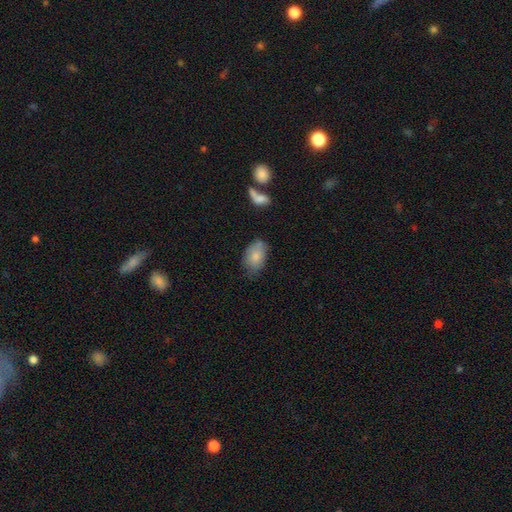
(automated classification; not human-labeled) smooth-or-featured: smooth: 80% | featured or disk: 13% | star or artifact: 7%
  how-rounded: in between: 90% | round: 9% | cigar-shaped: 1%
  merging: none: 61% | minor disturbance: 28% | major disturbance: 7% | merger: 4%